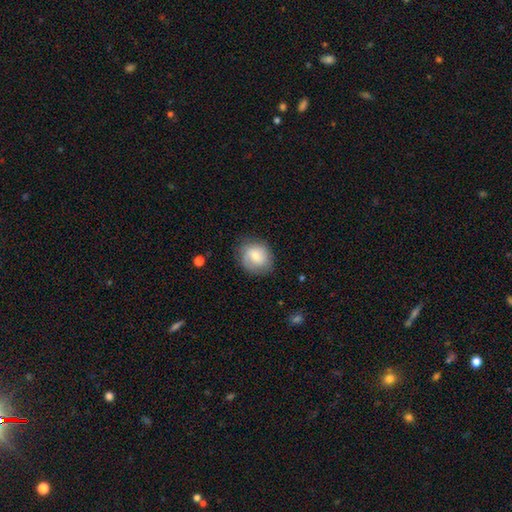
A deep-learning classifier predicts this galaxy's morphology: type=smooth (63%); roundness=round (77%); merging=none (75%).